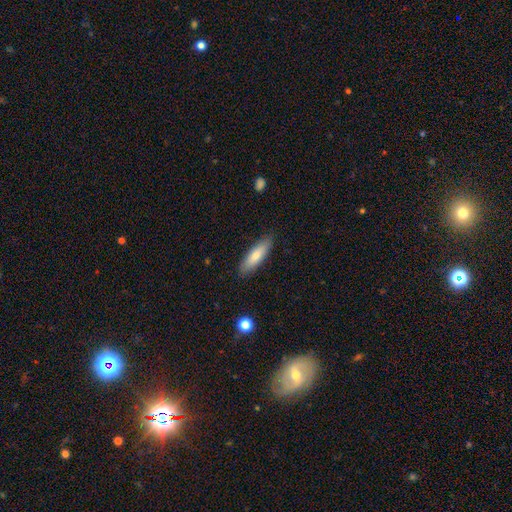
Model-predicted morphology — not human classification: Q: Smooth or featured?
A: smooth (77%); runner-up: featured or disk (17%)
Q: How rounded?
A: cigar-shaped (54%); runner-up: in between (44%)
Q: Merging?
A: none (87%); runner-up: minor disturbance (10%)